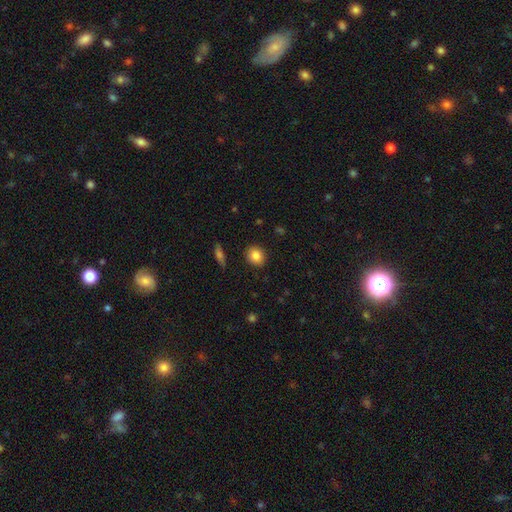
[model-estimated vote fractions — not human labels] Smooth or featured? smooth (85%)
How rounded? round (76%)
Merging? none (89%)